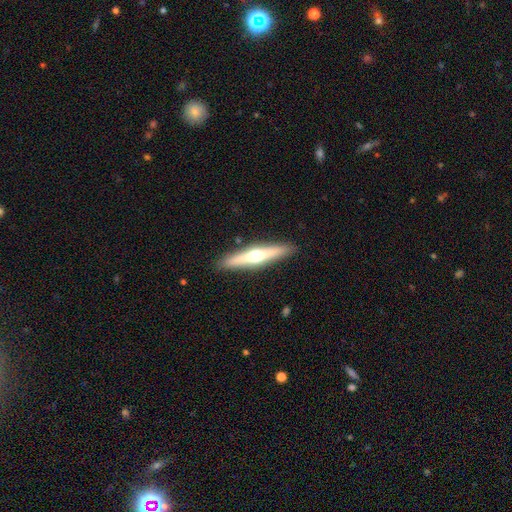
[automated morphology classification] This is possibly a featured or disk galaxy (60%). It is clearly viewed edge-on (95%). Edge-on bulge: clearly rounded (94%). Merging: clearly none (90%).